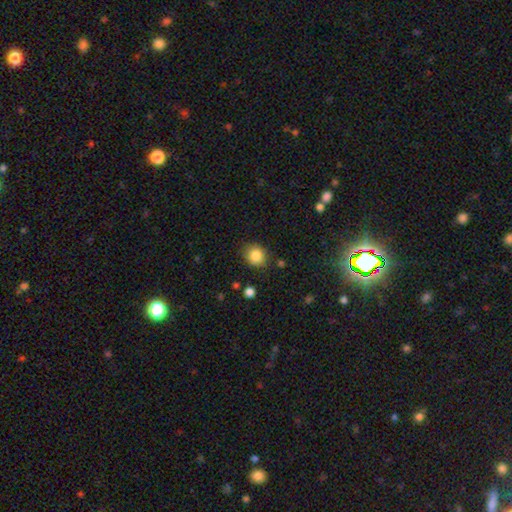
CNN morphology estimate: This appears to be a smooth galaxy with no disk features (85%) that is round (74%). Merging: none (83%).